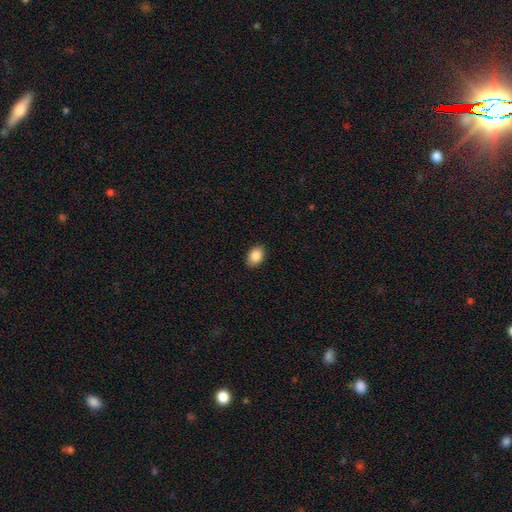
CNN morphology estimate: This is clearly a smooth galaxy (88%). How rounded: clearly in between (82%). Merging: clearly none (89%).